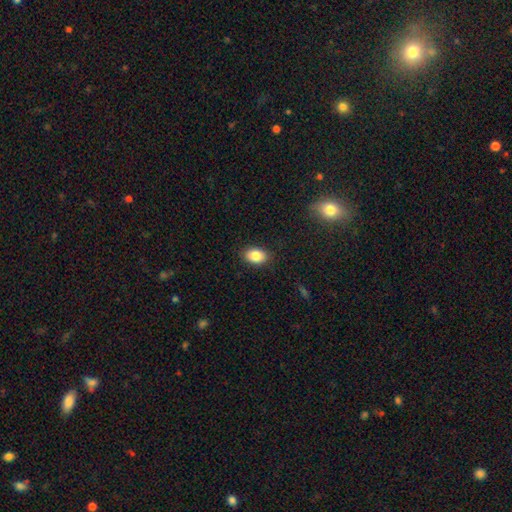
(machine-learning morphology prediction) smooth_or_featured: smooth (p=0.85) [alt: star or artifact p=0.08]
how_rounded: in between (p=0.81) [alt: round p=0.18]
merging: none (p=0.88) [alt: minor disturbance p=0.09]